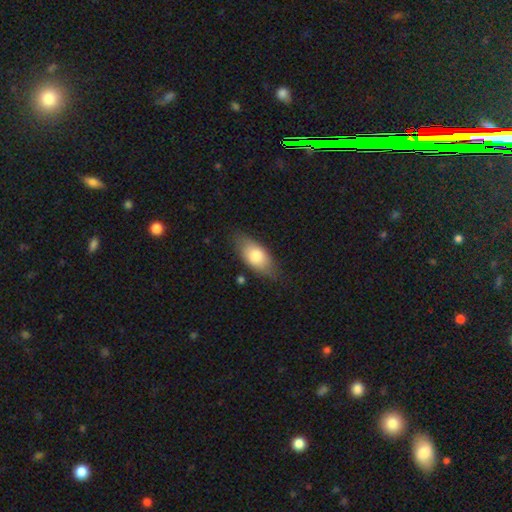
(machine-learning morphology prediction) A smooth galaxy with no disk features (76%) that is in between round and cigar-shaped (87%).

Vote fractions:
- Smooth or featured? smooth: 76% / featured or disk: 18% / star or artifact: 6%
- How rounded? in between: 87% / cigar-shaped: 9% / round: 4%
- Merging? none: 74% / minor disturbance: 20% / major disturbance: 5% / merger: 2%